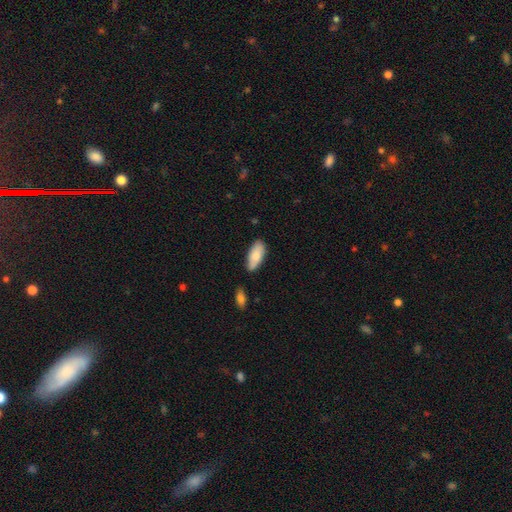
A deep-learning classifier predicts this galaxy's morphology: smooth-or-featured: smooth: 82% | featured or disk: 13% | star or artifact: 6%
  how-rounded: in between: 83% | cigar-shaped: 15% | round: 2%
  merging: none: 76% | minor disturbance: 17% | merger: 4% | major disturbance: 3%